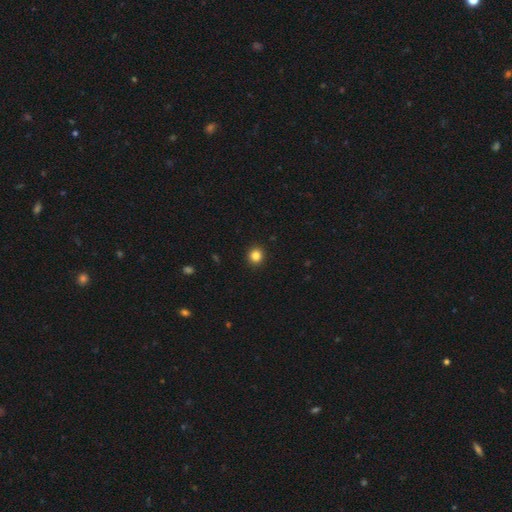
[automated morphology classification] smooth-or-featured: smooth: 84% | star or artifact: 11% | featured or disk: 5%
  how-rounded: round: 91% | in between: 8% | cigar-shaped: 1%
  merging: none: 93% | minor disturbance: 5% | major disturbance: 2% | merger: 1%